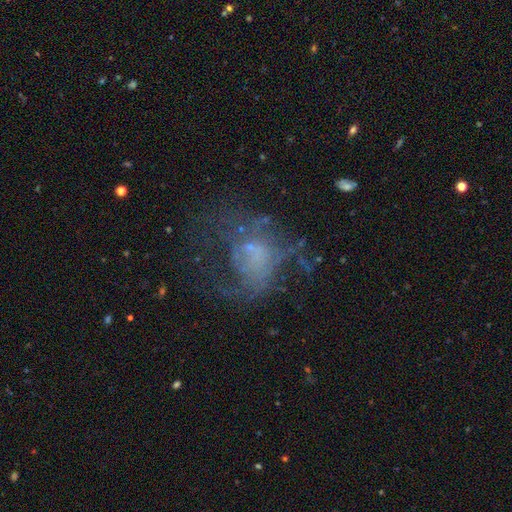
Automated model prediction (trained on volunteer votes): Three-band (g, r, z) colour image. It shows a featured or disk galaxy (54%) with no bar (82%), no spiral arms (62%) and no central bulge (53%). Merging: major disturbance (41%).